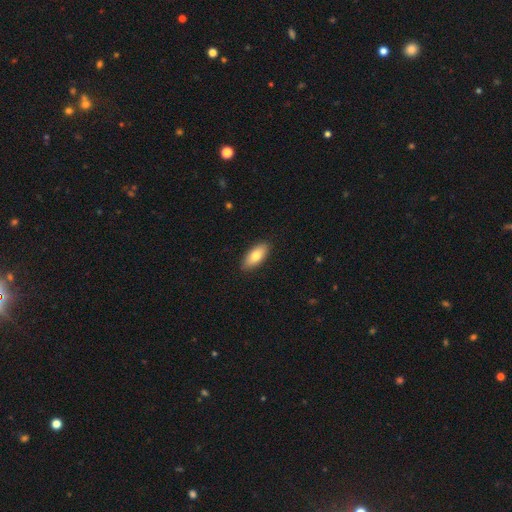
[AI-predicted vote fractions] Q: Smooth or featured?
A: smooth (78%); runner-up: featured or disk (16%)
Q: How rounded?
A: in between (83%); runner-up: cigar-shaped (15%)
Q: Merging?
A: none (89%); runner-up: minor disturbance (8%)